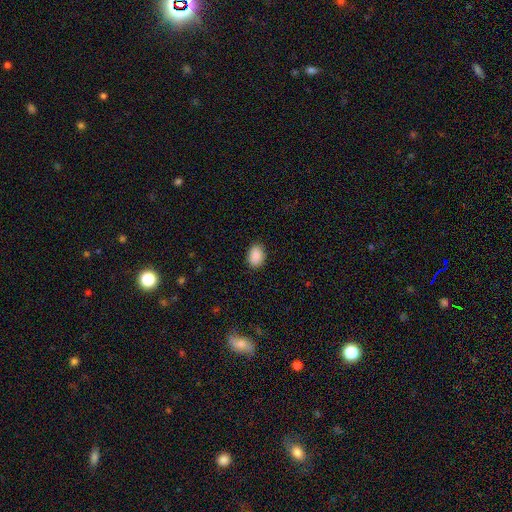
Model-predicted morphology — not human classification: smooth_or_featured: smooth (p=0.90) [alt: star or artifact p=0.07]
how_rounded: in between (p=0.76) [alt: round p=0.23]
merging: none (p=0.87) [alt: minor disturbance p=0.10]